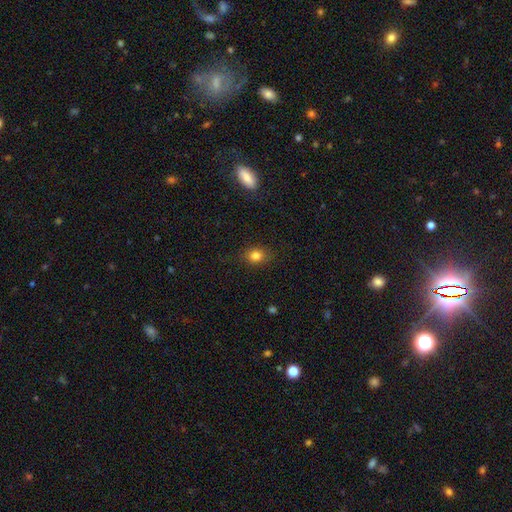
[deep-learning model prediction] A smooth galaxy with no disk features (82%) that is round (53%).

Vote fractions:
- Smooth or featured? smooth: 82% / star or artifact: 12% / featured or disk: 6%
- How rounded? round: 53% / in between: 46% / cigar-shaped: 1%
- Merging? none: 85% / minor disturbance: 11% / major disturbance: 3% / merger: 1%